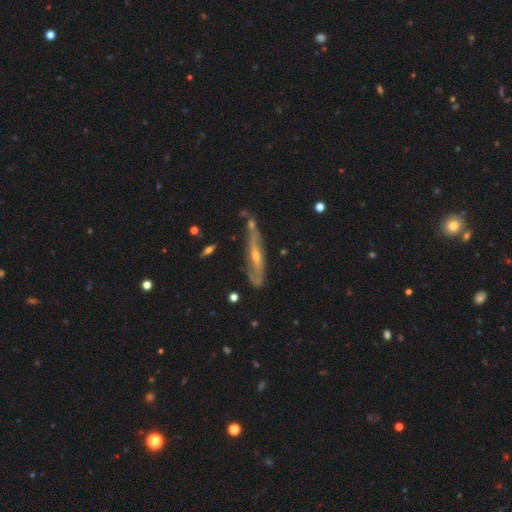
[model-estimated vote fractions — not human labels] Overall: featured or disk (67%). Edge-on disk: yes (68%; no 32%). Merging: none (58%; minor disturbance 25%).